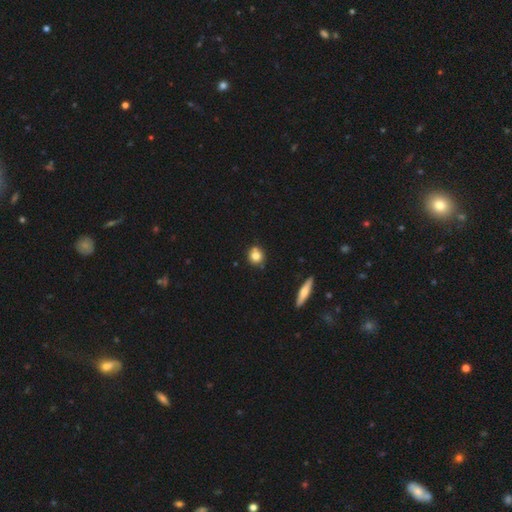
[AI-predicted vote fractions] smooth-or-featured: smooth: 79% | star or artifact: 11% | featured or disk: 10%
  how-rounded: round: 86% | in between: 13% | cigar-shaped: 2%
  merging: none: 77% | minor disturbance: 14% | merger: 6% | major disturbance: 2%